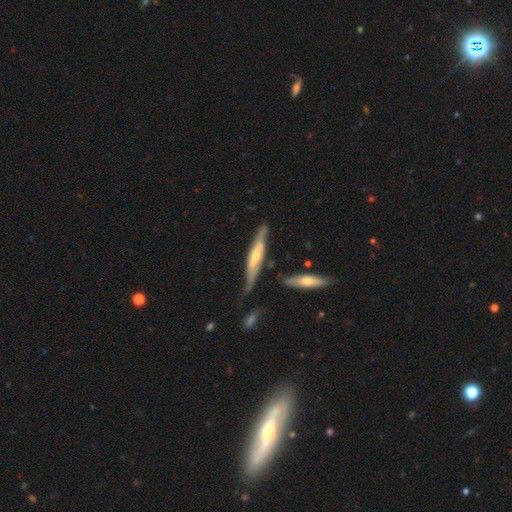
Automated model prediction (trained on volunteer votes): Smooth or featured: featured or disk — 66% (smooth — 29%)
Edge-on disk: yes — 84% (no — 16%)
Edge-on bulge: rounded — 74% (none — 16%)
Merging: none — 59% (minor disturbance — 26%)